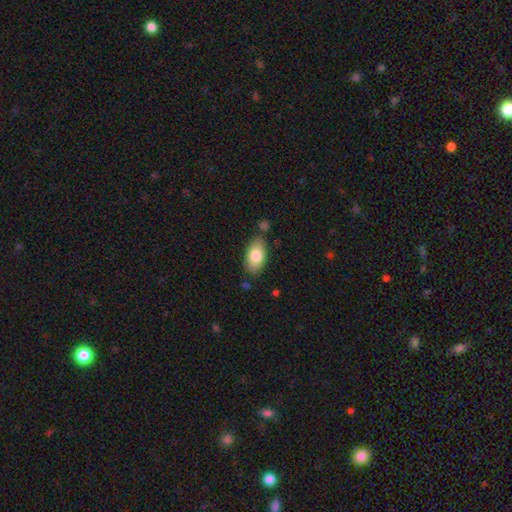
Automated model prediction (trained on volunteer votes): smooth 80%, featured or disk 13%, star or artifact 6%. Down the decision tree: how rounded — in between (93%); merging — none (78%).